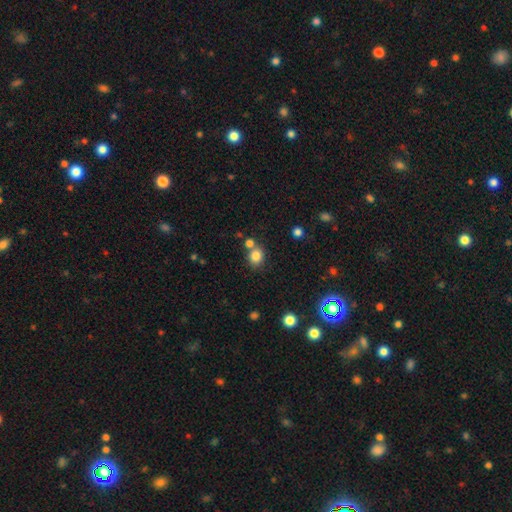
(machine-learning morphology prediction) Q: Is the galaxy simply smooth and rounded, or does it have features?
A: smooth — 82%.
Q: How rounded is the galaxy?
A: round — 72%.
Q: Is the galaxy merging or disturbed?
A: none — 63%.